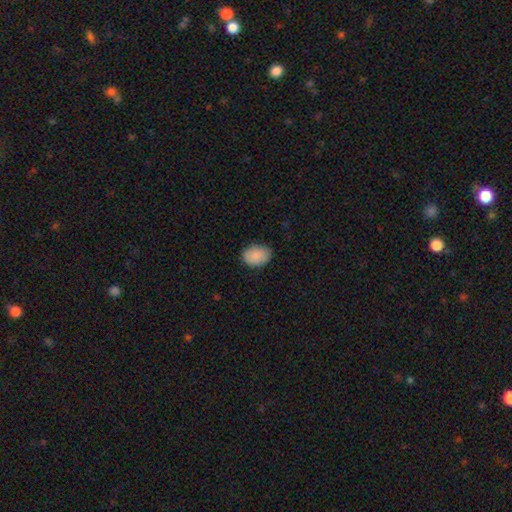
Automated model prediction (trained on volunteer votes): Smooth or featured? Predicted: smooth (p=0.88). How rounded? Predicted: in between (p=0.74). Merging? Predicted: none (p=0.82).